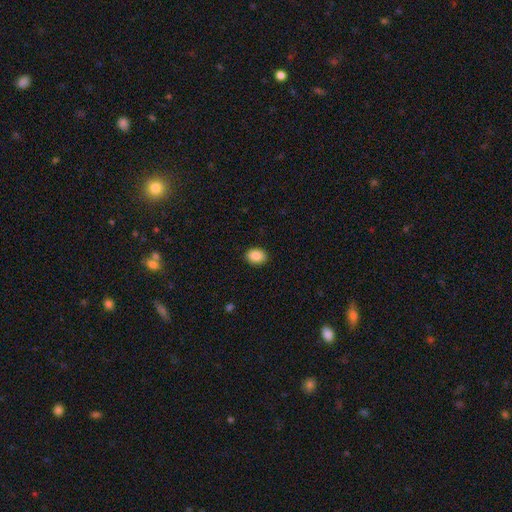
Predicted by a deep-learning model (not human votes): Smooth or featured: smooth — 88% (star or artifact — 8%)
How rounded: in between — 68% (round — 31%)
Merging: none — 90% (minor disturbance — 7%)